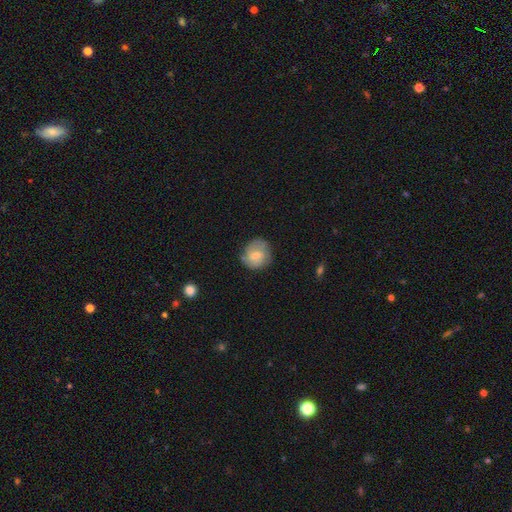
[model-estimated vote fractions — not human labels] This appears to be a smooth galaxy with no disk features (67%) that is round (81%). Merging: none (69%).